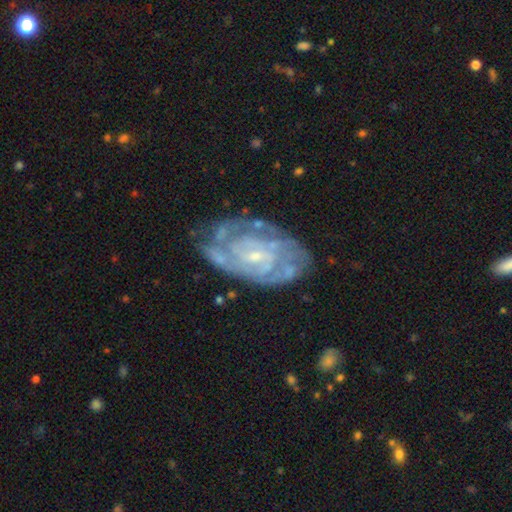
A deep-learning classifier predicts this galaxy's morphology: A featured or disk galaxy (85%) with no bar (49%), tight (68%) spiral arms (91%) and a small central bulge (72%).

Vote fractions:
- Smooth or featured? featured or disk: 85% / smooth: 9% / star or artifact: 6%
- Edge-on disk? no: 96% / yes: 4%
- Bar? no: 49% / weak: 41% / strong: 10%
- Spiral arms? yes: 91% / no: 9%
- Spiral winding? tight: 68% / medium: 26% / loose: 6%
- Spiral arm count? can't tell: 41% / 2: 25% / 3: 15% / 4: 9% / 1: 5% / more than 4: 5%
- Bulge size? small: 72% / moderate: 21% / none: 5% / large: 1% / dominant: 1%
- Merging? none: 61% / minor disturbance: 25% / major disturbance: 11% / merger: 3%